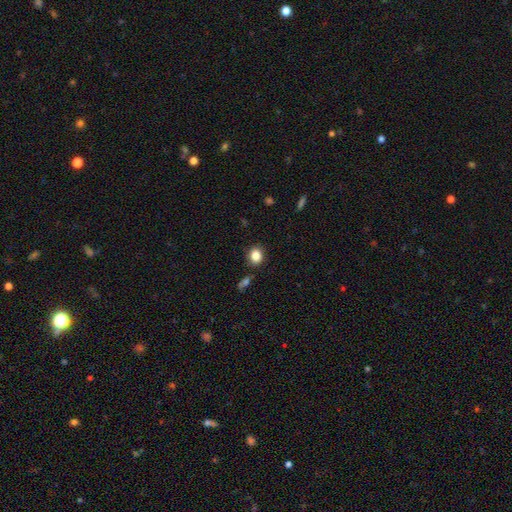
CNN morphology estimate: type=smooth (85%); roundness=round (59%); merging=none (85%).